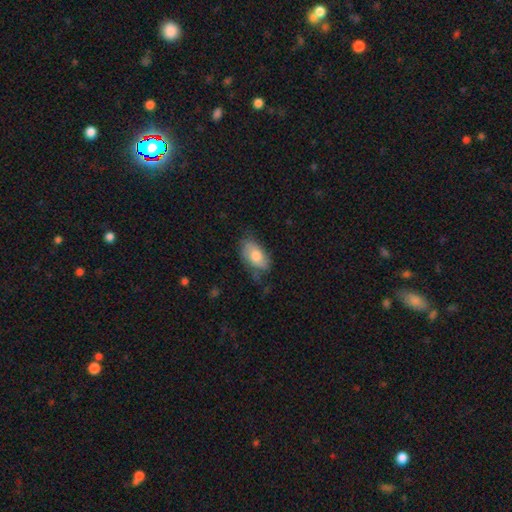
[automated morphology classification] Overall: smooth (72%). How rounded: in between (92%). Merging: none (59%; minor disturbance 30%).